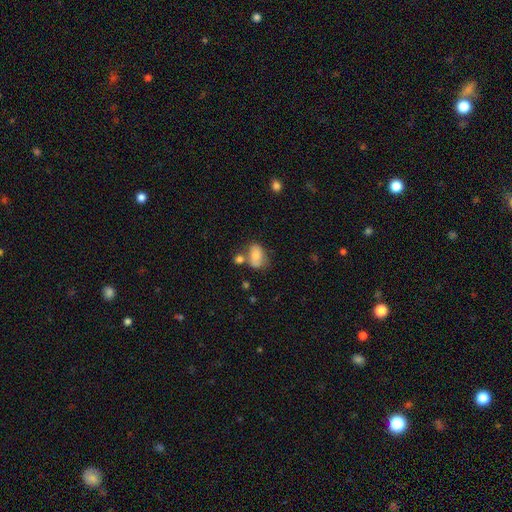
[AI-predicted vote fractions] Smooth or featured?
  - smooth: 74% *
  - featured or disk: 17%
  - star or artifact: 9%
How rounded?
  - in between: 83% *
  - round: 15%
  - cigar-shaped: 2%
Merging?
  - none: 42% *
  - merger: 26%
  - minor disturbance: 23%
  - major disturbance: 9%